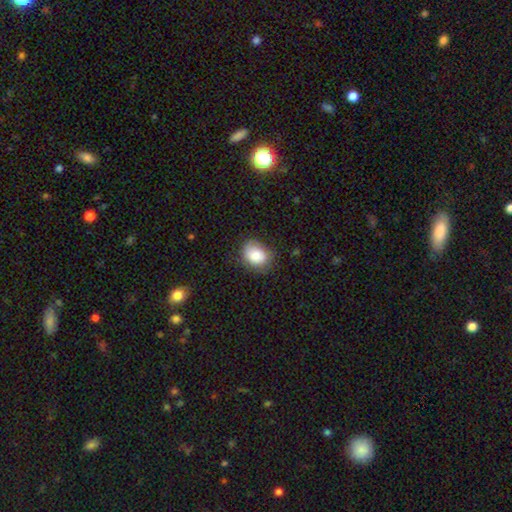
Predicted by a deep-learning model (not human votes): A smooth galaxy with no disk features (80%) that is in between round and cigar-shaped (57%). Merging: none (71%).